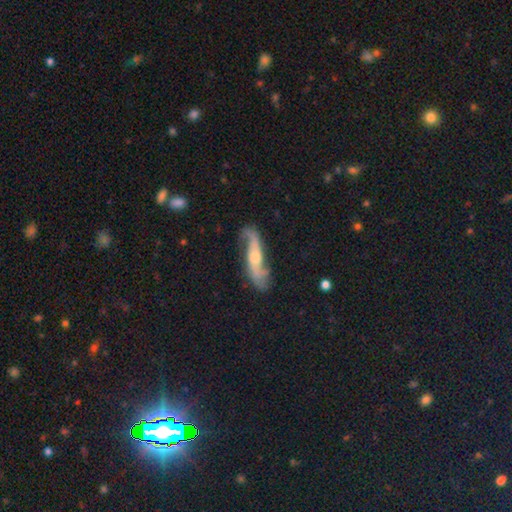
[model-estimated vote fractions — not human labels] This appears to be a featured or disk galaxy (80%) with no bar (49%), 2 (91%) loose (62%) spiral arms (94%) and a moderate central bulge (60%). Merging: none (72%).